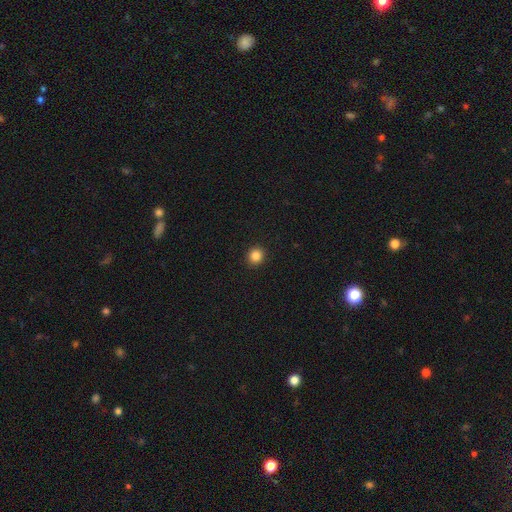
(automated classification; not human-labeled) Smooth or featured?
  - smooth: 85% *
  - star or artifact: 11%
  - featured or disk: 4%
How rounded?
  - round: 91% *
  - in between: 8%
  - cigar-shaped: 1%
Merging?
  - none: 93% *
  - minor disturbance: 4%
  - major disturbance: 2%
  - merger: 1%